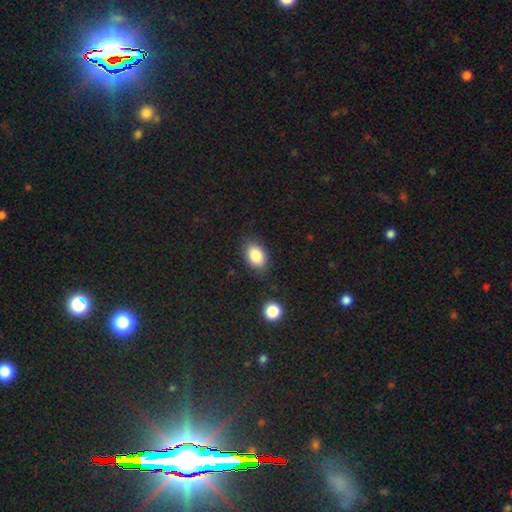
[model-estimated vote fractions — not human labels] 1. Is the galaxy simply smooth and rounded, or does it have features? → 87% smooth, 8% star or artifact, 5% featured or disk.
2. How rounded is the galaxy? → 86% in between, 13% round, 1% cigar-shaped.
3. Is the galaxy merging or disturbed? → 82% none, 12% minor disturbance, 3% major disturbance, 2% merger.